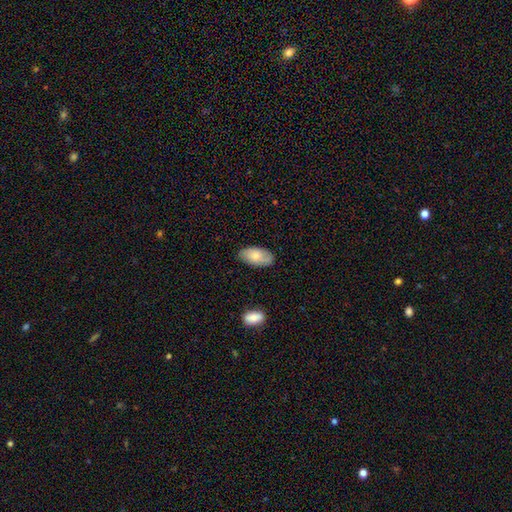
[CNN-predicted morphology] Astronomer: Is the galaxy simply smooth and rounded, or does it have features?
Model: smooth — 76%.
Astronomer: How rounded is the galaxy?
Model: in between — 95%.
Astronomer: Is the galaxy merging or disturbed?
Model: none — 80%.